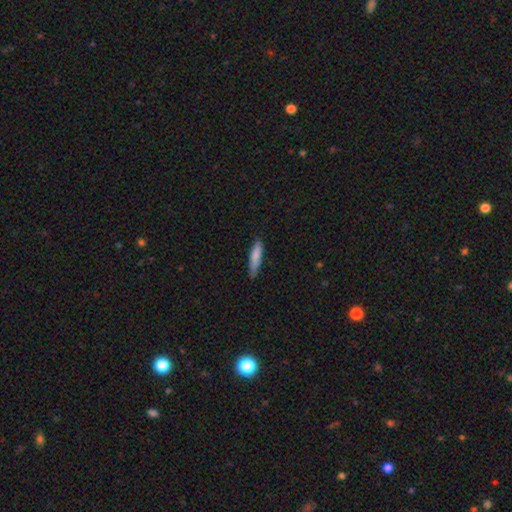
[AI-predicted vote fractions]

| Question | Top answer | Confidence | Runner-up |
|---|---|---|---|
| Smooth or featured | smooth | 81% | featured or disk (13%) |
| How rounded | cigar-shaped | 76% | in between (23%) |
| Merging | none | 74% | minor disturbance (22%) |